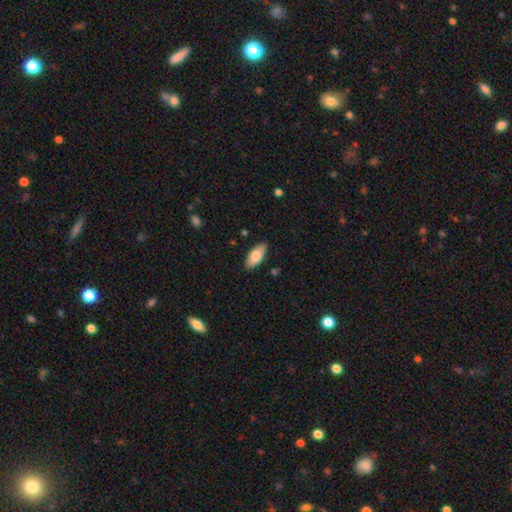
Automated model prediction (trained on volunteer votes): Morphology: type=smooth (81%); roundness=in between (89%); merging=none (87%).